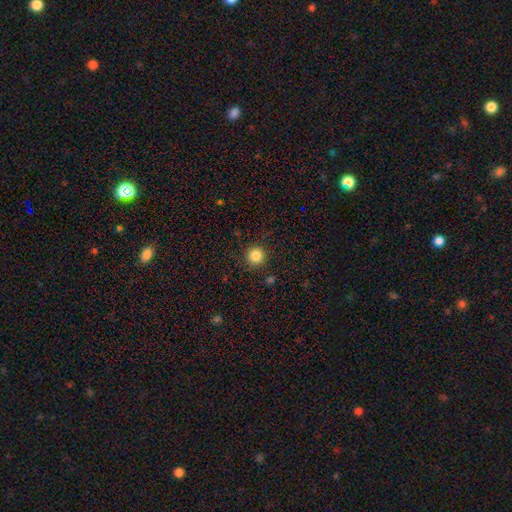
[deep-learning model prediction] A smooth galaxy with no disk features (84%) that is round (95%). Merging: none (91%).